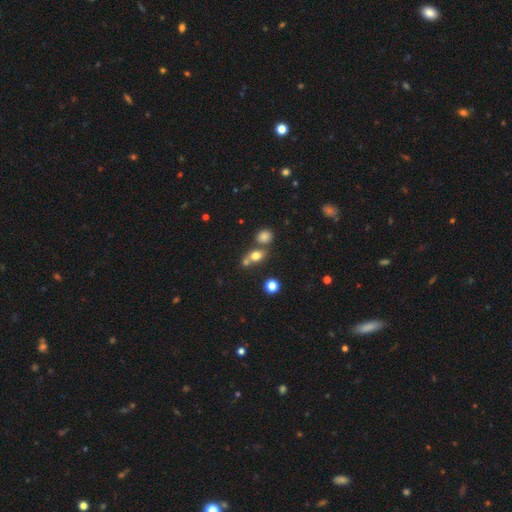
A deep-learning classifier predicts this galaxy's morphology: Smooth or featured? Predicted: smooth (p=0.71). How rounded? Predicted: round (p=0.55). Merging? Predicted: none (p=0.44).